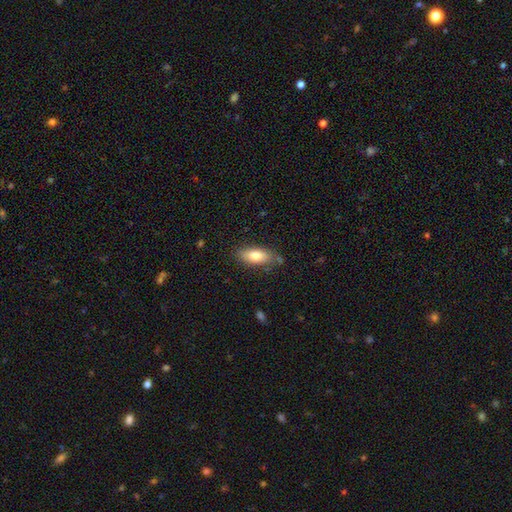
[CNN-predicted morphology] Smooth or featured: smooth — 76% (featured or disk — 17%)
How rounded: in between — 81% (cigar-shaped — 16%)
Merging: none — 77% (minor disturbance — 16%)